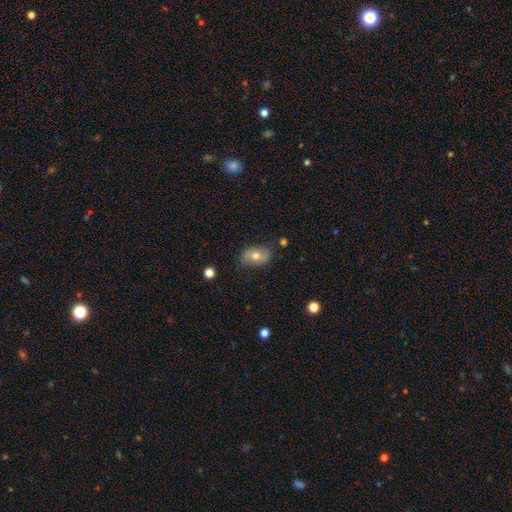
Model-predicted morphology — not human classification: Smooth or featured?
  - smooth: 66% *
  - featured or disk: 26%
  - star or artifact: 8%
How rounded?
  - in between: 86% *
  - round: 12%
  - cigar-shaped: 2%
Merging?
  - none: 74% *
  - minor disturbance: 20%
  - major disturbance: 4%
  - merger: 2%